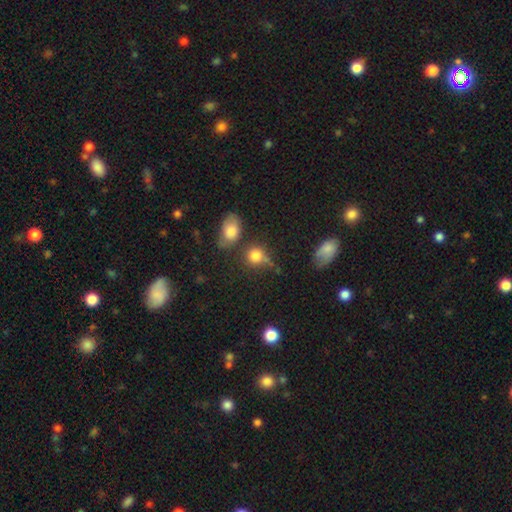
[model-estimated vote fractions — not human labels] Morphology: type=smooth (80%); roundness=round (80%); merging=none (57%).